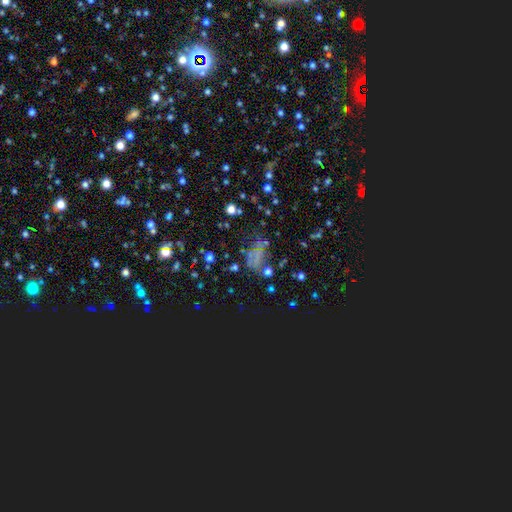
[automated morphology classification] Overall: star or artifact (41%; smooth 34%).